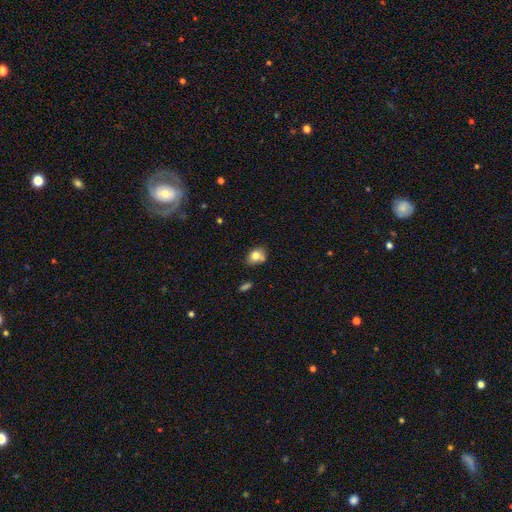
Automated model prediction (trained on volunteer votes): Smooth or featured?
  - smooth: 77% *
  - featured or disk: 13%
  - star or artifact: 10%
How rounded?
  - in between: 59% *
  - round: 39%
  - cigar-shaped: 1%
Merging?
  - none: 58% *
  - minor disturbance: 23%
  - merger: 13%
  - major disturbance: 6%